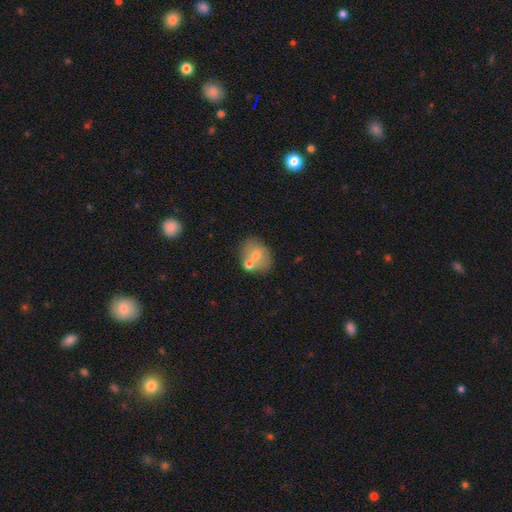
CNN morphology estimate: A smooth galaxy with no disk features (67%) that is round (54%).

Vote fractions:
- Smooth or featured? smooth: 67% / featured or disk: 24% / star or artifact: 9%
- How rounded? round: 54% / in between: 45% / cigar-shaped: 1%
- Merging? none: 56% / merger: 27% / minor disturbance: 13% / major disturbance: 4%